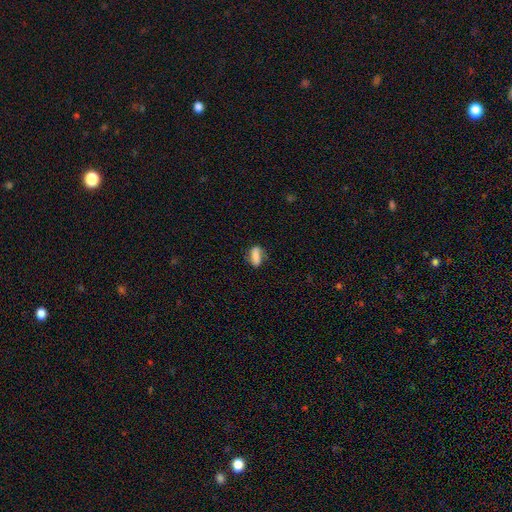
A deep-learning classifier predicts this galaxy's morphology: This appears to be a smooth galaxy with no disk features (71%) that is in between round and cigar-shaped (83%). Merging: none (60%).